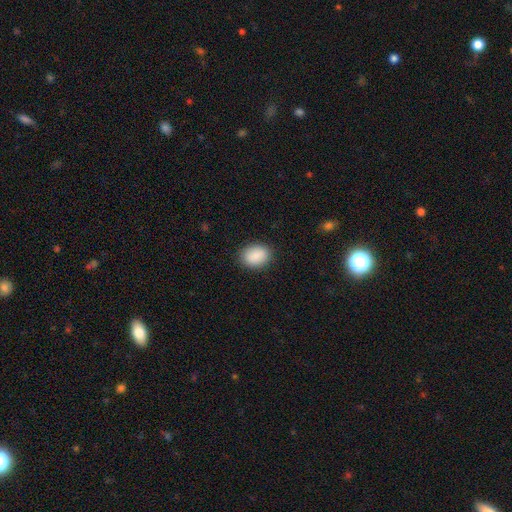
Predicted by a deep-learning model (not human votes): A smooth galaxy with no disk features (90%) that is in between round and cigar-shaped (67%).

Vote fractions:
- Smooth or featured? smooth: 90% / star or artifact: 7% / featured or disk: 3%
- How rounded? in between: 67% / round: 32% / cigar-shaped: 1%
- Merging? none: 88% / minor disturbance: 9% / major disturbance: 2% / merger: 1%